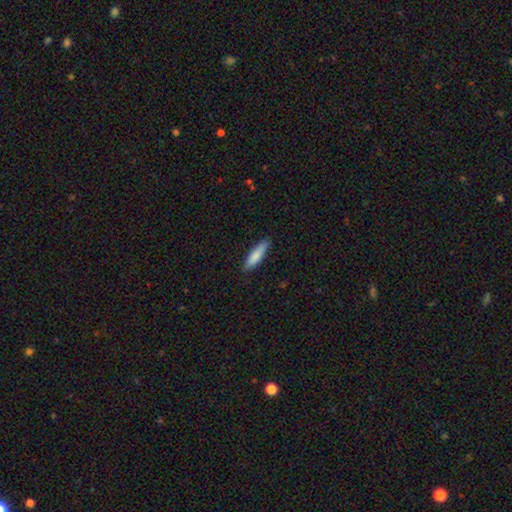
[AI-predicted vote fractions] A smooth galaxy with no disk features (81%) that is cigar-shaped (78%).

Vote fractions:
- Smooth or featured? smooth: 81% / featured or disk: 14% / star or artifact: 6%
- How rounded? cigar-shaped: 78% / in between: 21% / round: 1%
- Merging? none: 84% / minor disturbance: 13% / major disturbance: 2% / merger: 1%